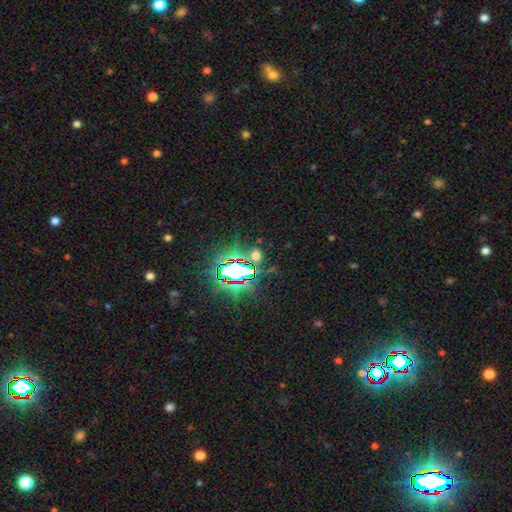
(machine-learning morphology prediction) smooth_or_featured: star or artifact (p=0.56) [alt: smooth p=0.35]